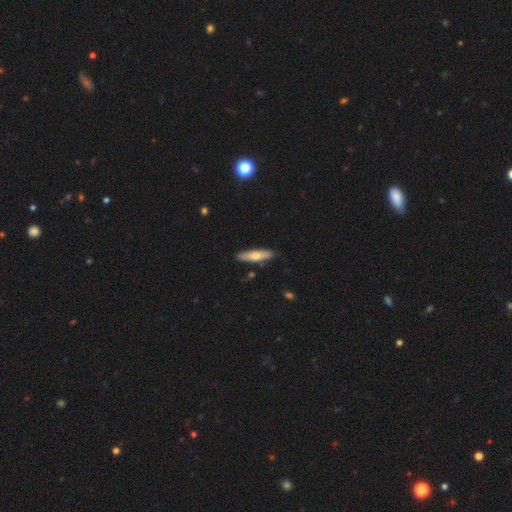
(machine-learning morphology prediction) This is likely a smooth galaxy (65%). How rounded: likely cigar-shaped (73%). Merging: clearly none (85%).